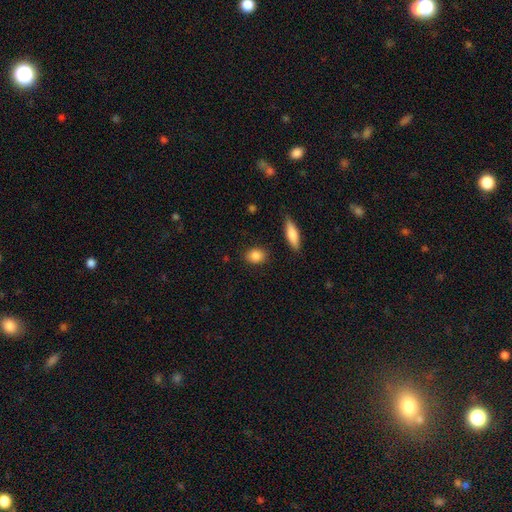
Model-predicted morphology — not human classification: smooth 86%, star or artifact 7%, featured or disk 7%. Down the decision tree: how rounded — in between (58%); merging — none (87%).